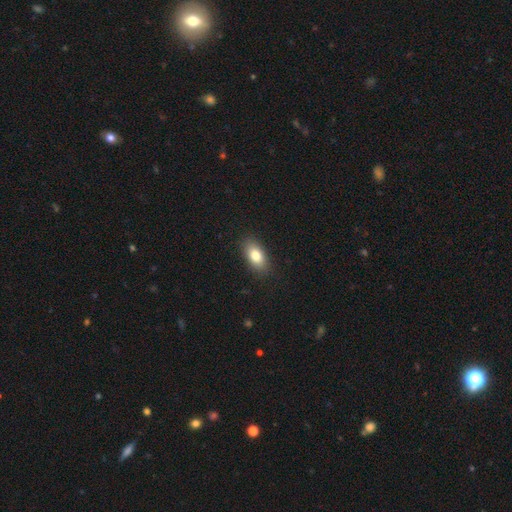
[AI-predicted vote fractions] Morphology: type=smooth (81%); roundness=in between (89%); merging=none (88%).